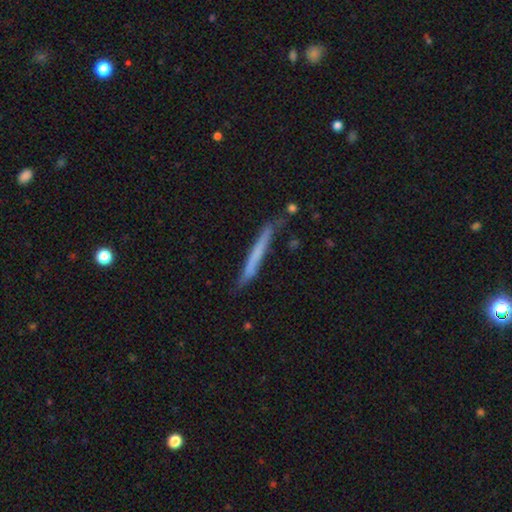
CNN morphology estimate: smooth_or_featured: smooth (p=0.54) [alt: featured or disk p=0.39]
how_rounded: cigar-shaped (p=0.97) [alt: in between p=0.02]
merging: none (p=0.76) [alt: minor disturbance p=0.17]